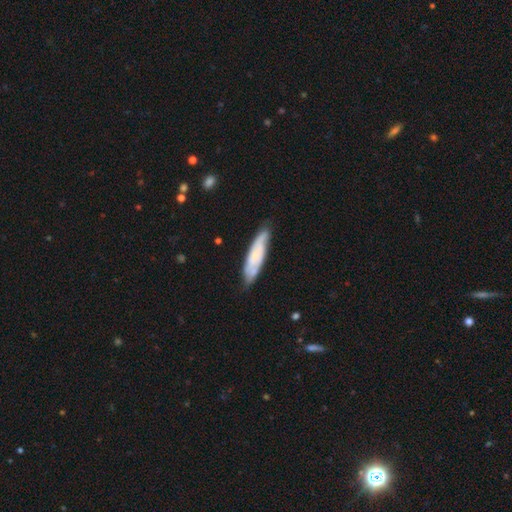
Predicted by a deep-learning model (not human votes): This is possibly a featured or disk galaxy (50%). It is likely not viewed edge-on (68%). Merging: likely none (73%).